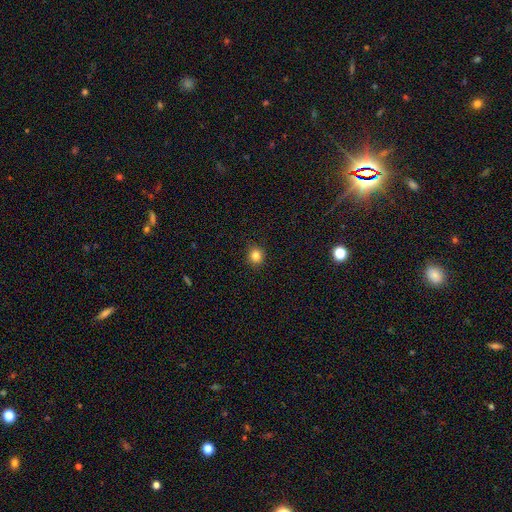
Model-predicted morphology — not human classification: This appears to be a smooth galaxy with no disk features (83%) that is round (85%). Merging: none (91%).